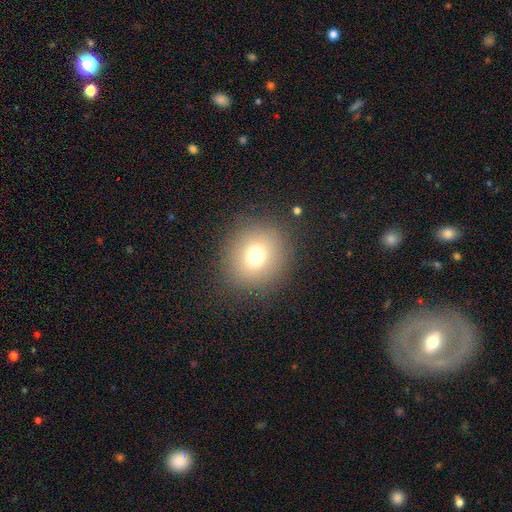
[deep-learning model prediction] A smooth galaxy with no disk features (72%) that is round (90%). Merging: none (87%).